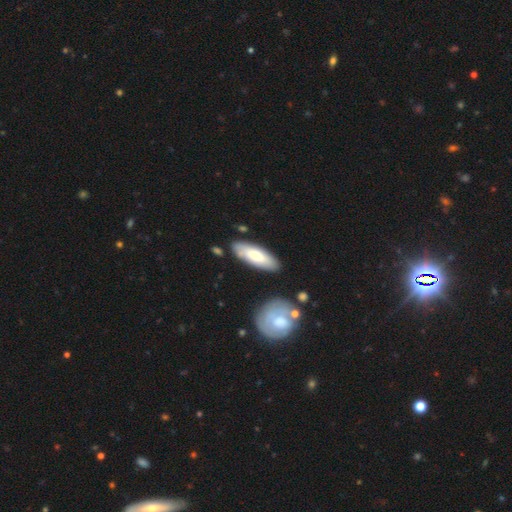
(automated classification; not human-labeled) A smooth galaxy with no disk features (72%) that is in between round and cigar-shaped (61%). Merging: none (83%).